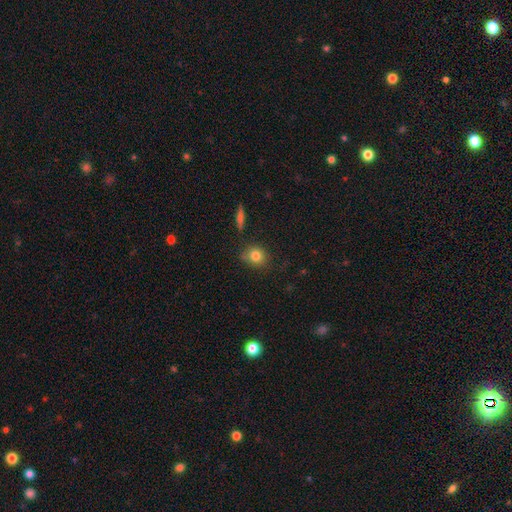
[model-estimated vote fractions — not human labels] Morphology: type=smooth (81%); roundness=round (75%); merging=none (77%).